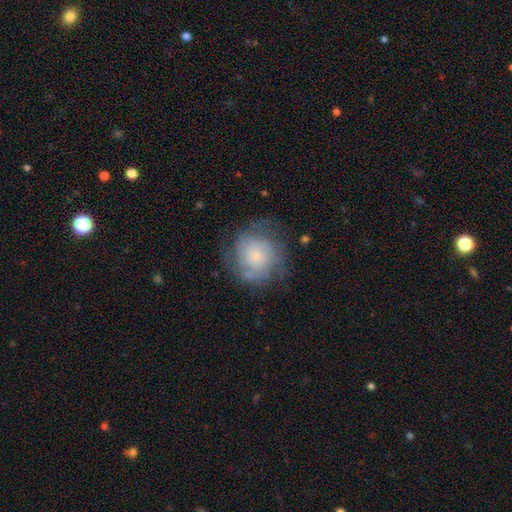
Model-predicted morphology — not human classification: Smooth or featured?
  - featured or disk: 49% *
  - smooth: 43%
  - star or artifact: 9%
Merging?
  - none: 65% *
  - minor disturbance: 21%
  - major disturbance: 12%
  - merger: 2%